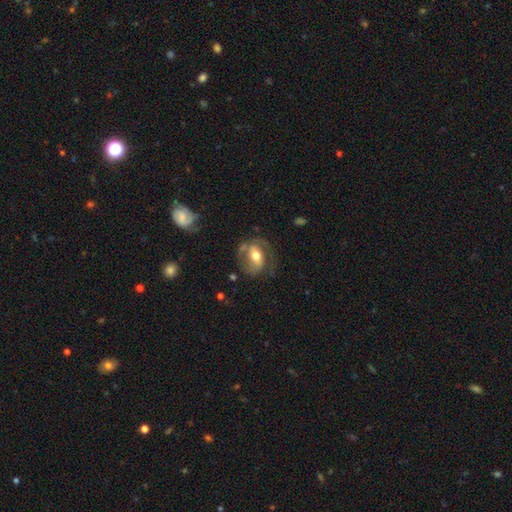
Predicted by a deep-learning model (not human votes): Overall: featured or disk (62%; smooth 31%). Edge-on disk: no (93%). Bar: strong (38%; weak 33%). Spiral arms: yes (70%). Bulge size: moderate (70%). Merging: none (53%; minor disturbance 22%).